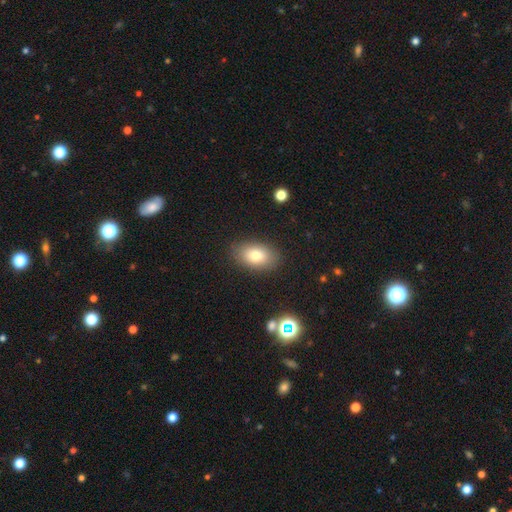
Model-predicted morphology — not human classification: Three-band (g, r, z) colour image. It shows a smooth galaxy with no disk features (77%) that is in between round and cigar-shaped (87%). Merging: none (86%).